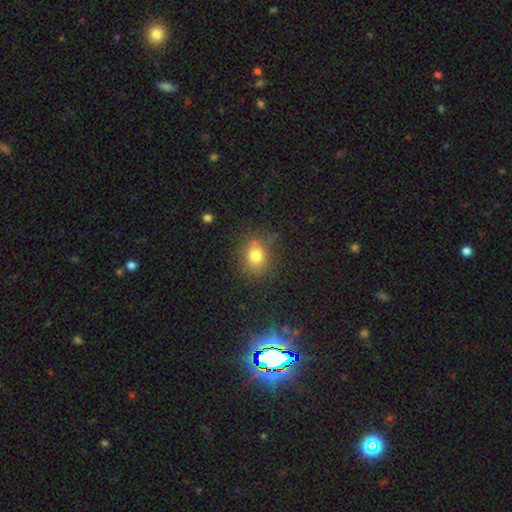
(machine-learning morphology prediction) smooth_or_featured: smooth (p=0.77) [alt: star or artifact p=0.15]
how_rounded: round (p=0.70) [alt: in between p=0.29]
merging: none (p=0.77) [alt: minor disturbance p=0.14]